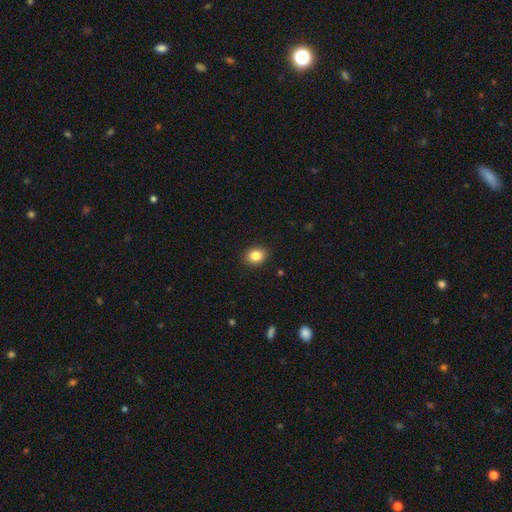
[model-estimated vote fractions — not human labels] A smooth galaxy with no disk features (85%) that is in between round and cigar-shaped (53%). Merging: none (90%).